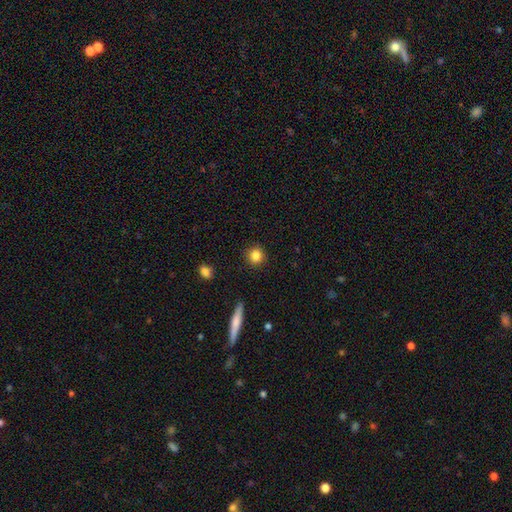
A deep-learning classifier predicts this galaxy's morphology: Smooth or featured: smooth — 84% (star or artifact — 10%)
How rounded: round — 91% (in between — 8%)
Merging: none — 90% (minor disturbance — 6%)